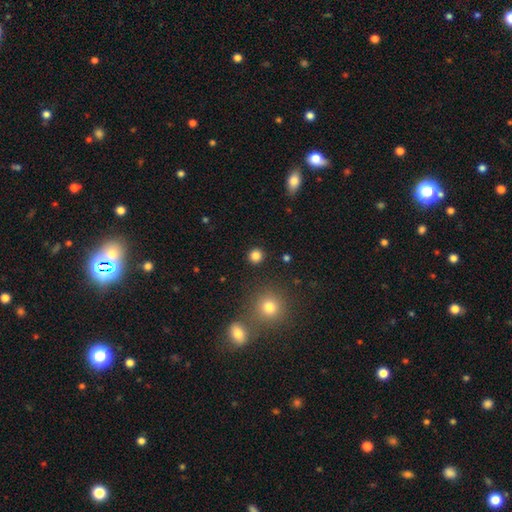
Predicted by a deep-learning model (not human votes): Overall: smooth (83%). How rounded: round (93%). Merging: none (91%).